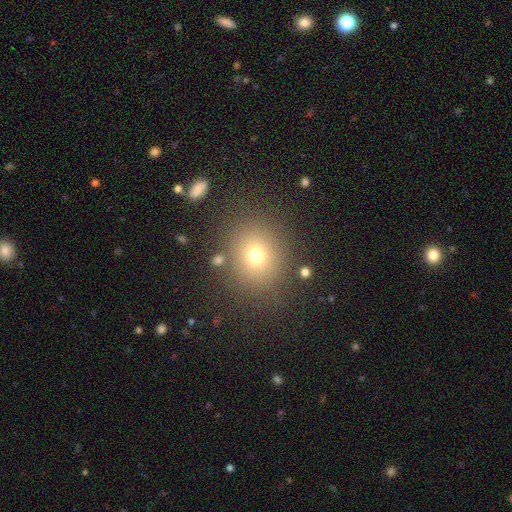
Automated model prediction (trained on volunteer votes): Smooth or featured?
  - smooth: 70% *
  - star or artifact: 19%
  - featured or disk: 11%
How rounded?
  - round: 74% *
  - in between: 26%
  - cigar-shaped: 1%
Merging?
  - none: 84% *
  - minor disturbance: 9%
  - major disturbance: 4%
  - merger: 3%